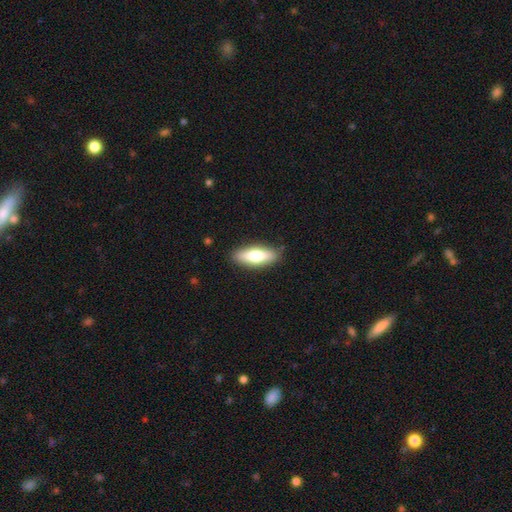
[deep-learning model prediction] Morphology: type=smooth (63%); roundness=in between (60%); merging=none (87%).